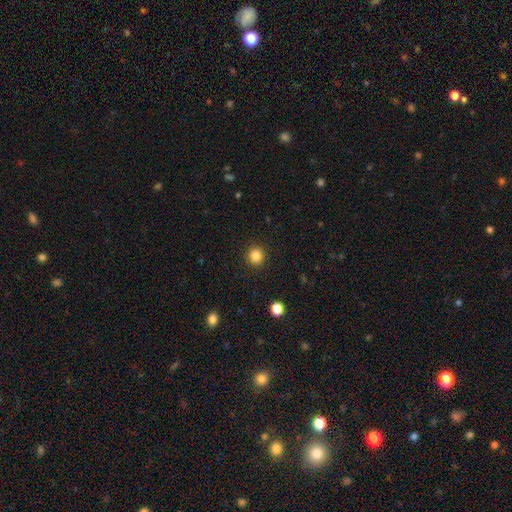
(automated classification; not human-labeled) This is clearly a smooth galaxy (85%). How rounded: clearly round (92%). Merging: clearly none (92%).